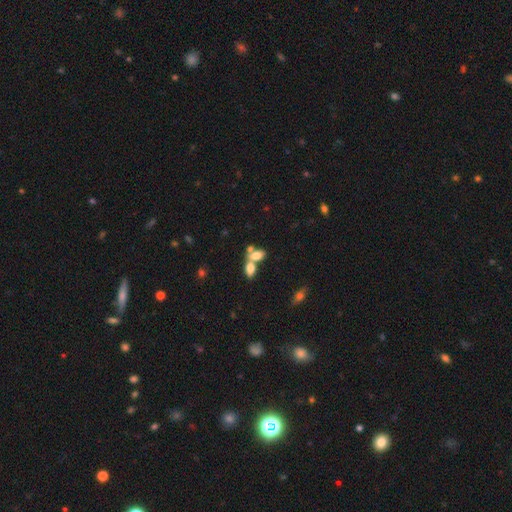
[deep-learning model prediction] This appears to be a smooth galaxy with no disk features (74%) that is in between round and cigar-shaped (85%). Merging: merger (64%).